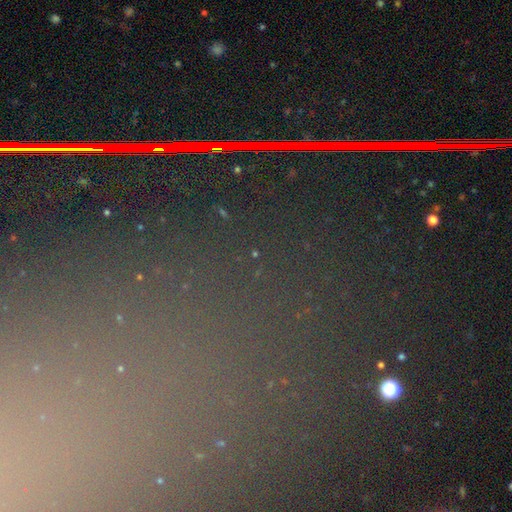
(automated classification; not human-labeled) Morphology: type=star or artifact (83%).